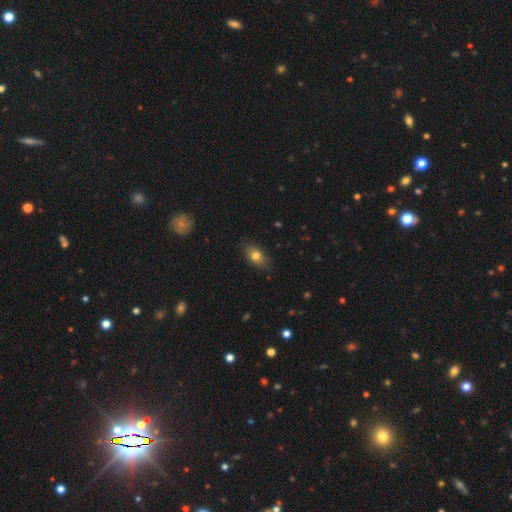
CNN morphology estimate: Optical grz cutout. It shows a smooth galaxy with no disk features (77%) that is in between round and cigar-shaped (81%). Merging: none (81%).